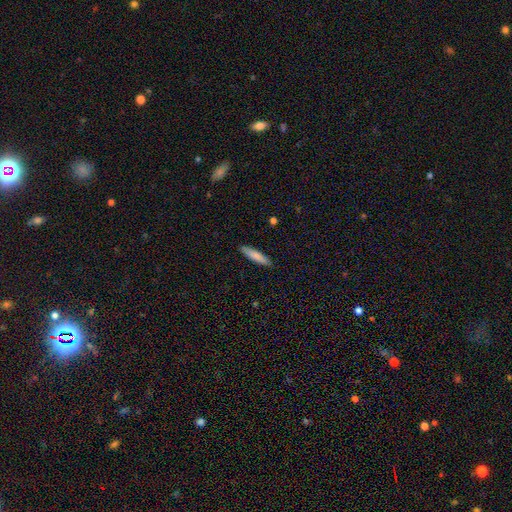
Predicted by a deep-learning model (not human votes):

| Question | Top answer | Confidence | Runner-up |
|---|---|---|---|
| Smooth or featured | smooth | 81% | featured or disk (13%) |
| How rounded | cigar-shaped | 83% | in between (15%) |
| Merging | none | 90% | minor disturbance (8%) |